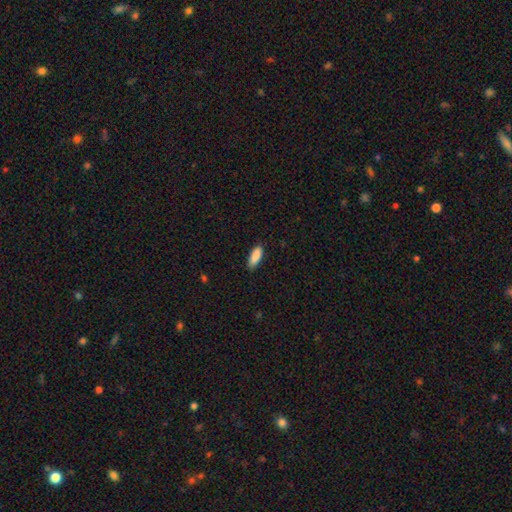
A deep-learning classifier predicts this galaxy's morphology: Smooth or featured? Predicted: smooth (p=0.88). How rounded? Predicted: in between (p=0.71). Merging? Predicted: none (p=0.82).